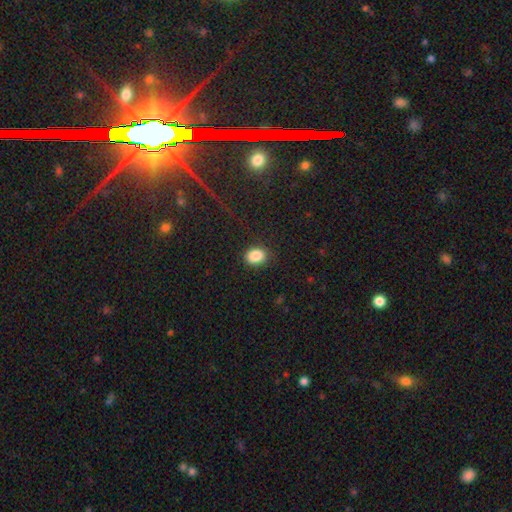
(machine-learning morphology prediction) Q: Smooth or featured?
A: smooth (87%); runner-up: star or artifact (9%)
Q: How rounded?
A: in between (62%); runner-up: round (37%)
Q: Merging?
A: none (85%); runner-up: minor disturbance (11%)